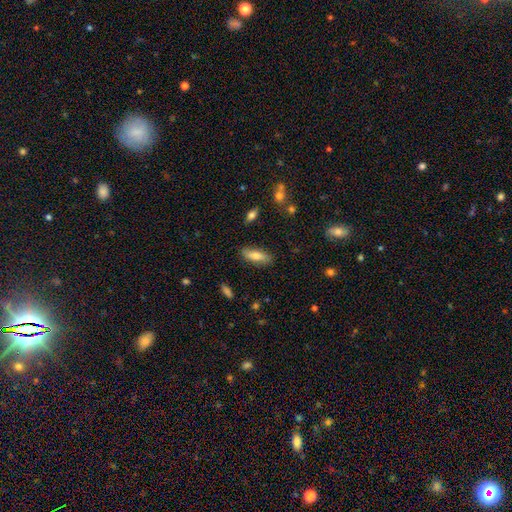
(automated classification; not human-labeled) This is likely a smooth galaxy (72%). How rounded: likely in between (63%). Merging: clearly none (84%).